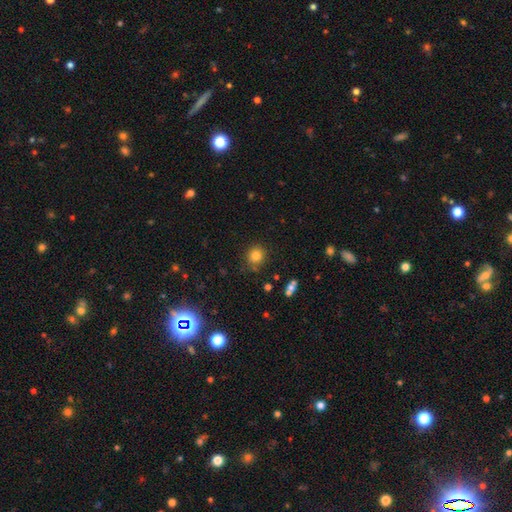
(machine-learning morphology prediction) Smooth or featured? Predicted: smooth (p=0.81). How rounded? Predicted: round (p=0.87). Merging? Predicted: none (p=0.81).